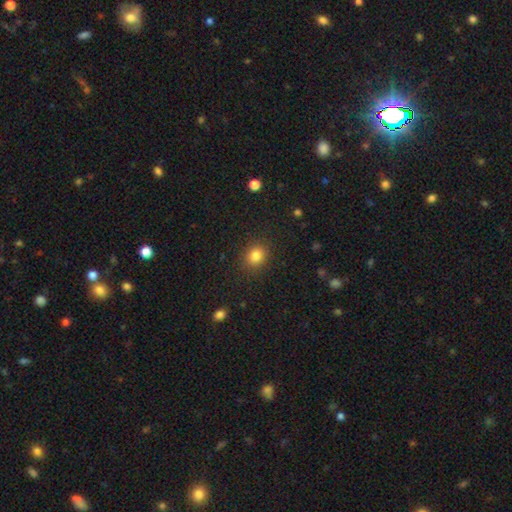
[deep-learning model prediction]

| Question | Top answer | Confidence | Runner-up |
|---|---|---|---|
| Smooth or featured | smooth | 83% | star or artifact (12%) |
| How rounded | round | 72% | in between (27%) |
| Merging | none | 88% | minor disturbance (8%) |